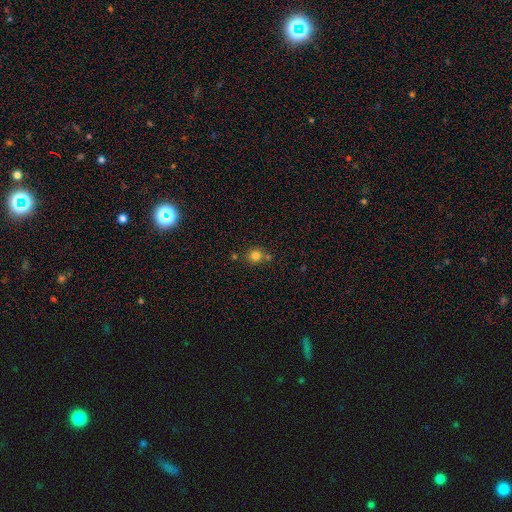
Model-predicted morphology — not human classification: smooth-or-featured: smooth: 80% | star or artifact: 13% | featured or disk: 7%
  how-rounded: round: 86% | in between: 13% | cigar-shaped: 1%
  merging: none: 66% | merger: 18% | minor disturbance: 12% | major disturbance: 4%